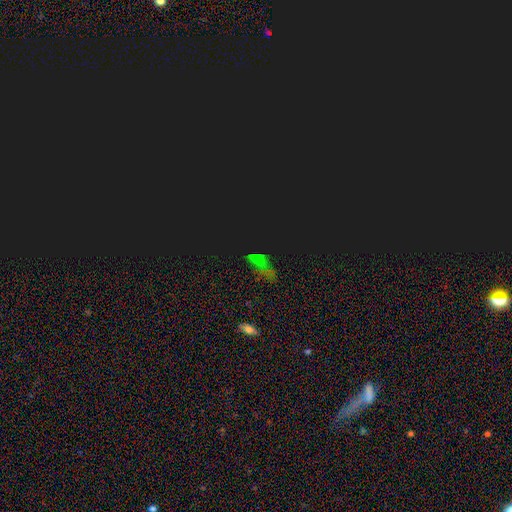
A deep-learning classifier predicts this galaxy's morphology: Smooth or featured? Predicted: star or artifact (p=0.67).